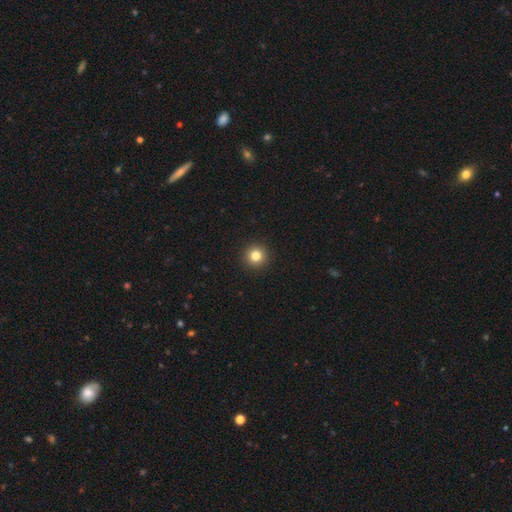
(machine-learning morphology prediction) Smooth or featured: smooth — 82% (star or artifact — 12%)
How rounded: round — 96% (in between — 3%)
Merging: none — 94% (minor disturbance — 4%)